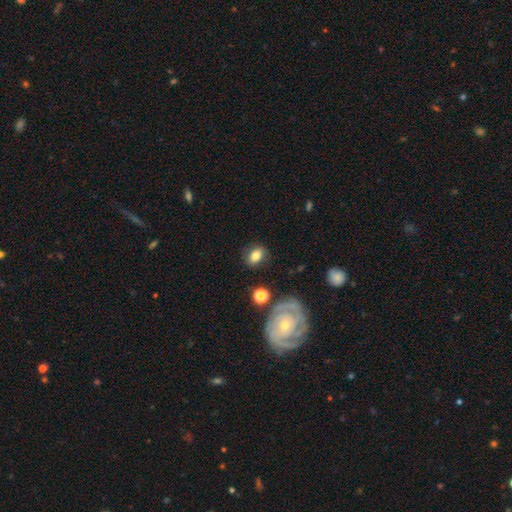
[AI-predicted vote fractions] Smooth or featured? smooth (77%)
How rounded? in between (66%)
Merging? none (78%)